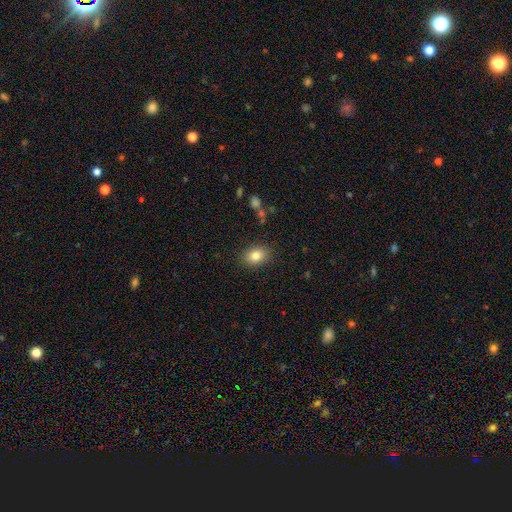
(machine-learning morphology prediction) Smooth or featured? Predicted: smooth (p=0.82). How rounded? Predicted: in between (p=0.70). Merging? Predicted: none (p=0.87).